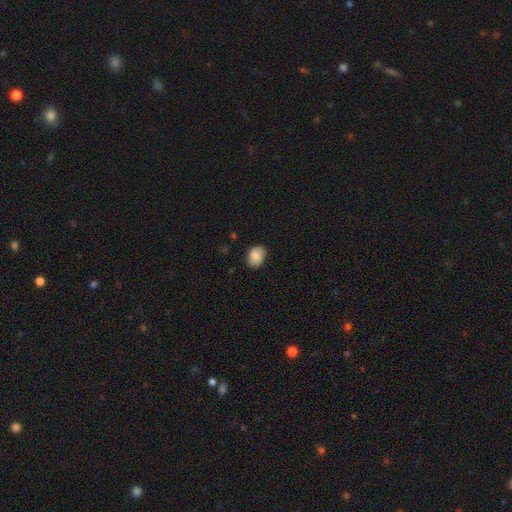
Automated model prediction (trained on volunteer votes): A smooth galaxy with no disk features (88%) that is in between round and cigar-shaped (68%).

Vote fractions:
- Smooth or featured? smooth: 88% / star or artifact: 7% / featured or disk: 5%
- How rounded? in between: 68% / round: 31% / cigar-shaped: 1%
- Merging? none: 81% / minor disturbance: 15% / major disturbance: 3% / merger: 1%